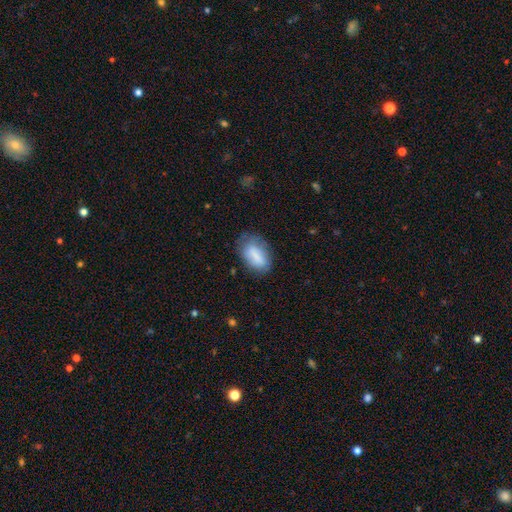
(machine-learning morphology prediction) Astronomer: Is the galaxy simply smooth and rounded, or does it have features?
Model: smooth — 77%.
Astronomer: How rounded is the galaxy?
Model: in between — 90%.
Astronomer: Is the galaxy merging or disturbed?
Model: none — 64%.